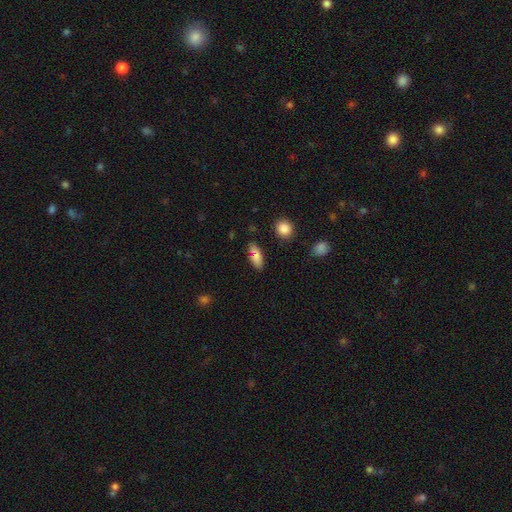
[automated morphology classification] A smooth galaxy with no disk features (79%) that is in between round and cigar-shaped (76%).

Vote fractions:
- Smooth or featured? smooth: 79% / featured or disk: 12% / star or artifact: 9%
- How rounded? in between: 76% / cigar-shaped: 20% / round: 4%
- Merging? none: 76% / minor disturbance: 15% / merger: 5% / major disturbance: 4%